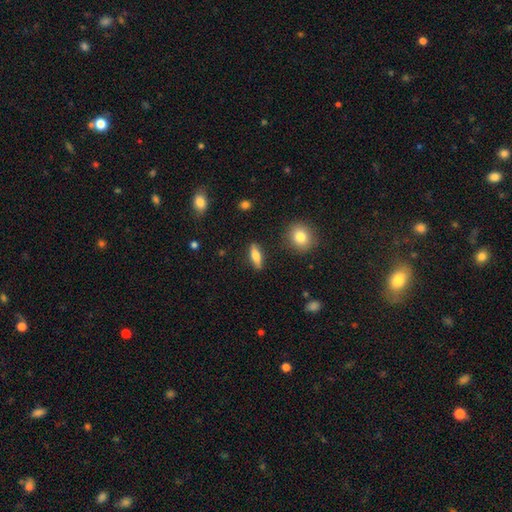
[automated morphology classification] A smooth galaxy with no disk features (65%) that is in between round and cigar-shaped (50%).

Vote fractions:
- Smooth or featured? smooth: 65% / featured or disk: 28% / star or artifact: 7%
- How rounded? in between: 50% / cigar-shaped: 47% / round: 4%
- Merging? none: 87% / minor disturbance: 9% / major disturbance: 2% / merger: 2%